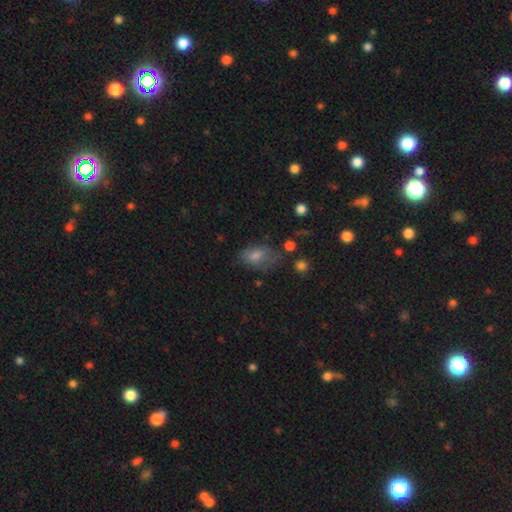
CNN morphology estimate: Smooth or featured: smooth — 64% (featured or disk — 20%)
How rounded: in between — 85% (round — 12%)
Merging: none — 56% (minor disturbance — 27%)